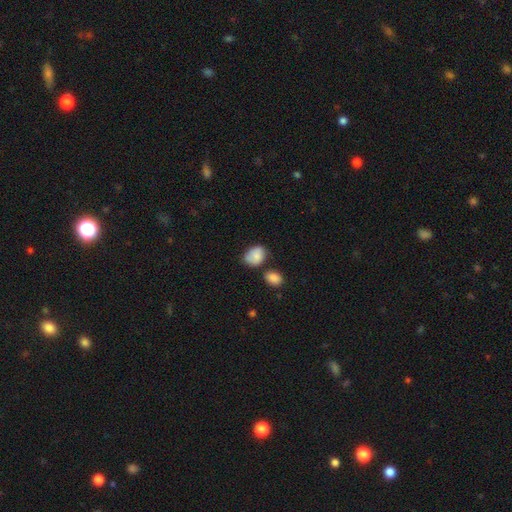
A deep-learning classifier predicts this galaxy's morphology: Q: Smooth or featured?
A: smooth (82%); runner-up: featured or disk (11%)
Q: How rounded?
A: in between (73%); runner-up: round (26%)
Q: Merging?
A: none (55%); runner-up: minor disturbance (26%)